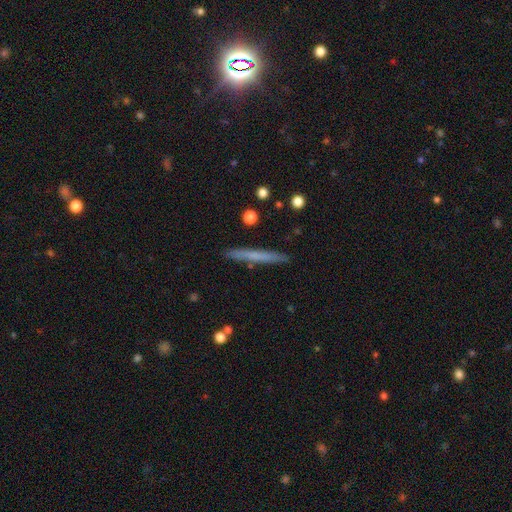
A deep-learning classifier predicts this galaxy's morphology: Smooth or featured?
  - smooth: 58% *
  - featured or disk: 36%
  - star or artifact: 6%
How rounded?
  - cigar-shaped: 96% *
  - in between: 2%
  - round: 1%
Merging?
  - none: 90% *
  - minor disturbance: 7%
  - merger: 1%
  - major disturbance: 1%